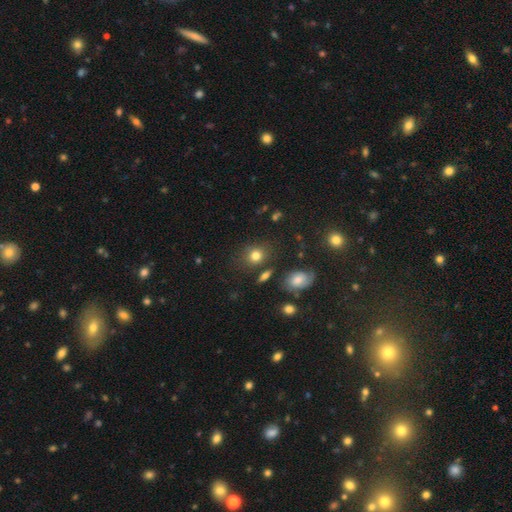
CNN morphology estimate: Smooth or featured: smooth — 78% (star or artifact — 13%)
How rounded: round — 65% (in between — 34%)
Merging: none — 74% (minor disturbance — 14%)